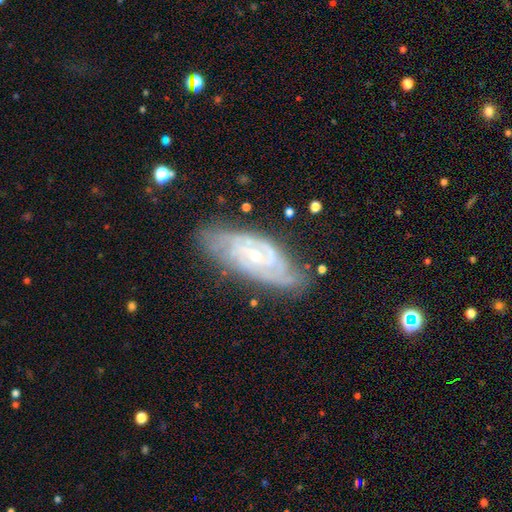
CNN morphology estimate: Overall: featured or disk (87%). Edge-on disk: no (92%). Bar: weak (44%; no 43%). Spiral arms: yes (97%). Spiral arm count: 2 (43%; can't tell 21%). Spiral winding: tight (64%; medium 31%). Bulge size: small (66%; moderate 30%). Merging: none (73%).